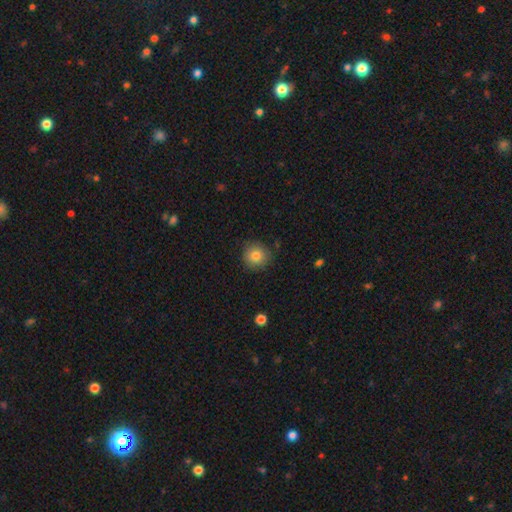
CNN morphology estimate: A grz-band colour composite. It shows a smooth galaxy with no disk features (82%) that is round (93%). Merging: none (86%).